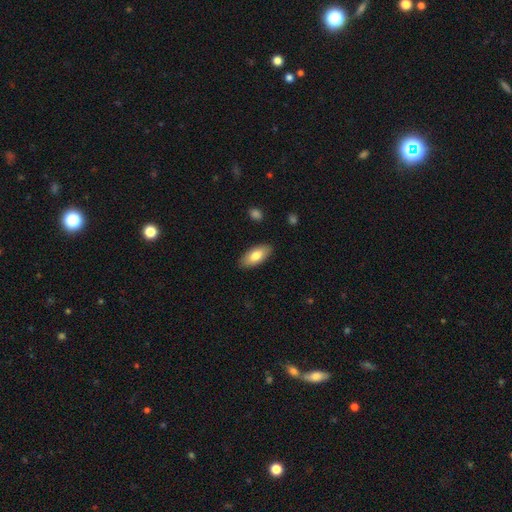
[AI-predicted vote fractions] Smooth or featured? smooth (79%)
How rounded? in between (89%)
Merging? none (88%)